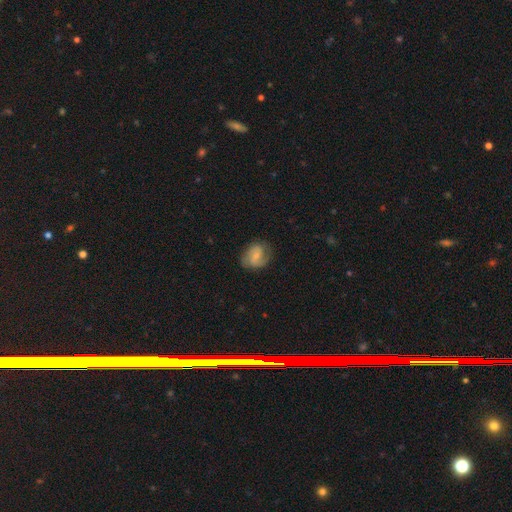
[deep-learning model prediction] This appears to be a featured or disk galaxy (59%) with a weak bar (46%), 2 (77%) medium (46%) spiral arms (89%) and a small central bulge (59%). Merging: none (69%).